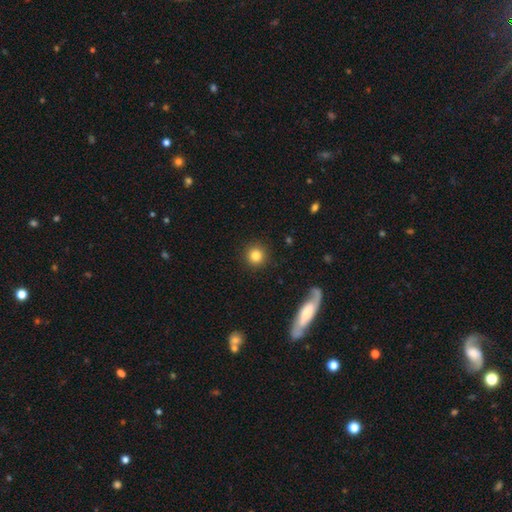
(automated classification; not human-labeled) This appears to be a smooth galaxy with no disk features (83%) that is round (94%). Merging: none (91%).